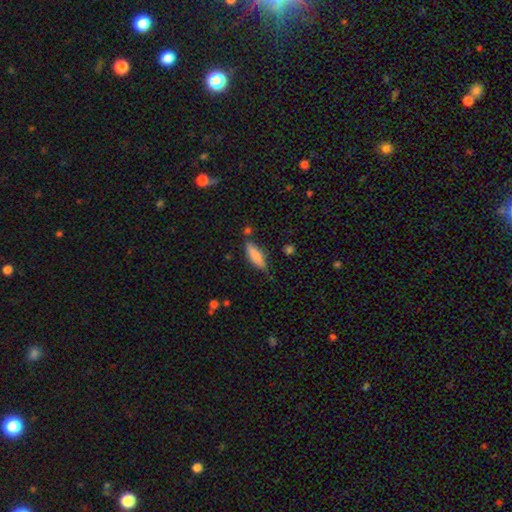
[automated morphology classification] Q: Smooth or featured?
A: smooth (82%); runner-up: featured or disk (11%)
Q: How rounded?
A: in between (53%); runner-up: cigar-shaped (45%)
Q: Merging?
A: none (72%); runner-up: minor disturbance (19%)